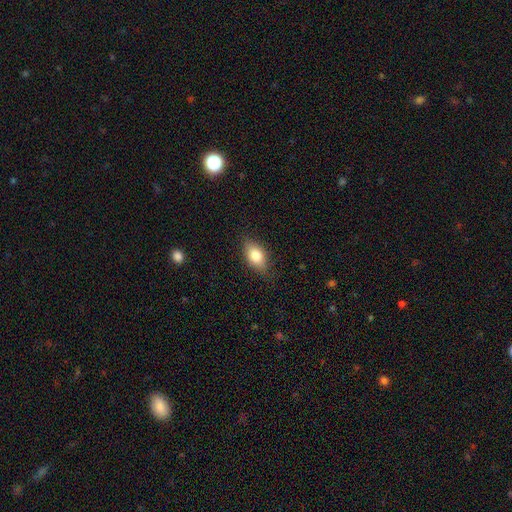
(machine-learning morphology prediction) A smooth galaxy with no disk features (78%) that is in between round and cigar-shaped (85%). Merging: none (81%).